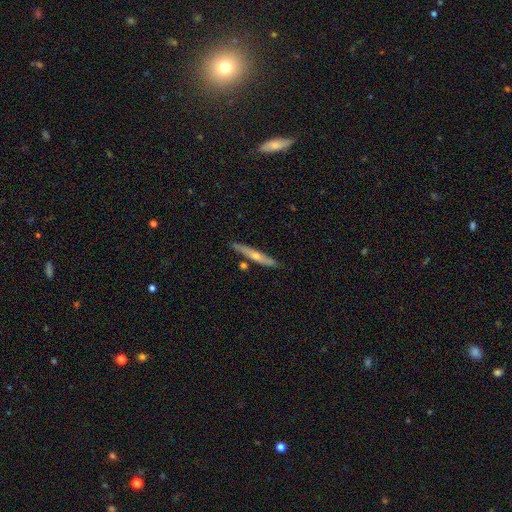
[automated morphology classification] smooth_or_featured: featured or disk (p=0.55) [alt: smooth p=0.38]
disk_edge_on: yes (p=0.91) [alt: no p=0.09]
edge_on_bulge: rounded (p=0.75) [alt: none p=0.23]
merging: none (p=0.83) [alt: minor disturbance p=0.11]